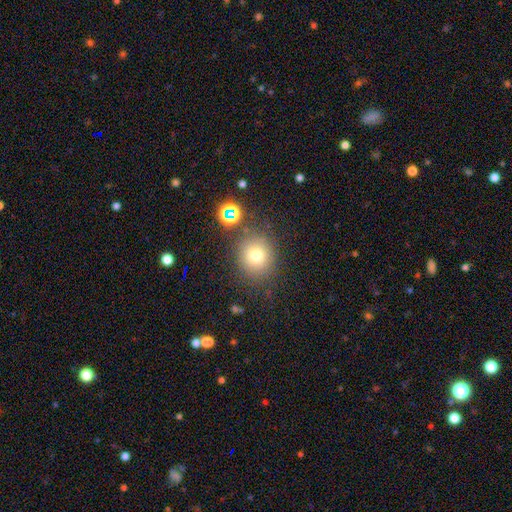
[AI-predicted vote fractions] A smooth galaxy with no disk features (73%) that is round (88%).

Vote fractions:
- Smooth or featured? smooth: 73% / star or artifact: 17% / featured or disk: 10%
- How rounded? round: 88% / in between: 11% / cigar-shaped: 1%
- Merging? none: 81% / minor disturbance: 10% / merger: 5% / major disturbance: 4%